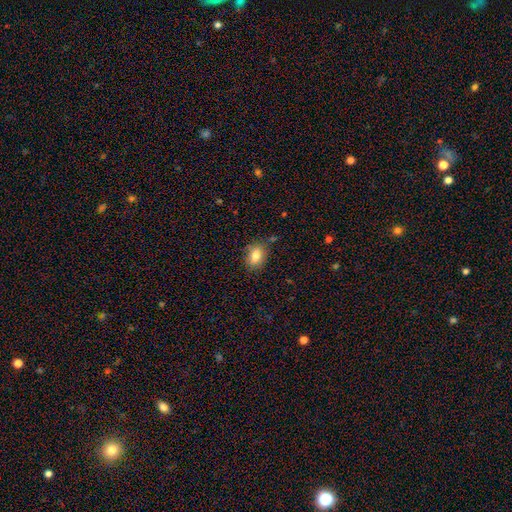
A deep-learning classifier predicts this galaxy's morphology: A smooth galaxy with no disk features (81%) that is in between round and cigar-shaped (78%).

Vote fractions:
- Smooth or featured? smooth: 81% / featured or disk: 10% / star or artifact: 9%
- How rounded? in between: 78% / round: 20% / cigar-shaped: 2%
- Merging? none: 78% / minor disturbance: 16% / major disturbance: 3% / merger: 3%